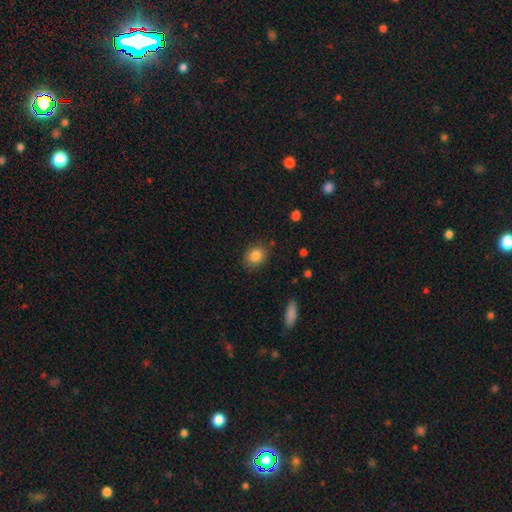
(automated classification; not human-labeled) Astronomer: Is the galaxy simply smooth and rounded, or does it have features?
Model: smooth — 85%.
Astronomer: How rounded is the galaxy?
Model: round — 58% (runner-up: in between, 41%).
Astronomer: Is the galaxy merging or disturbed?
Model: none — 84%.